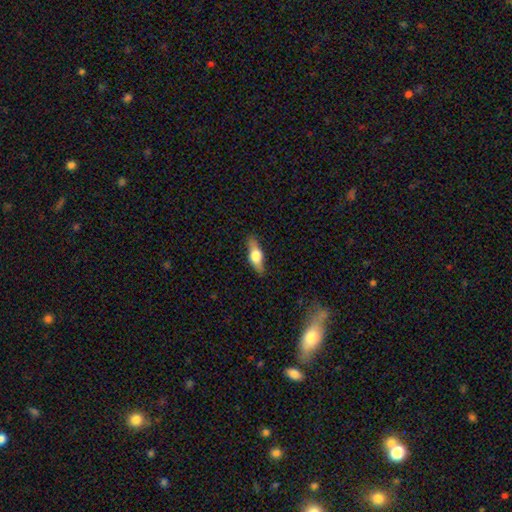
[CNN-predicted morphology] Overall: smooth (55%; featured or disk 39%). How rounded: in between (58%; cigar-shaped 38%). Merging: none (84%).